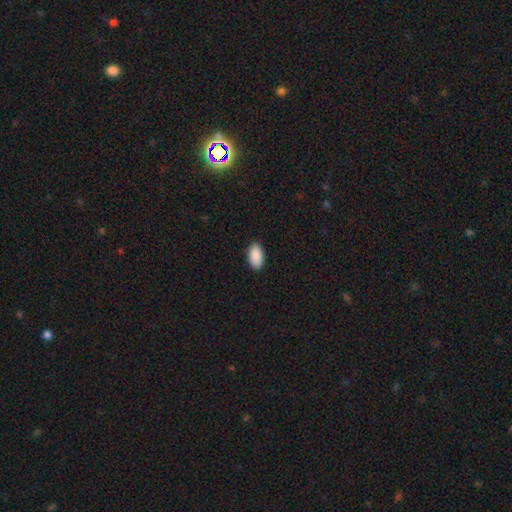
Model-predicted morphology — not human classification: This is clearly a smooth galaxy (91%). How rounded: clearly in between (95%). Merging: clearly none (88%).